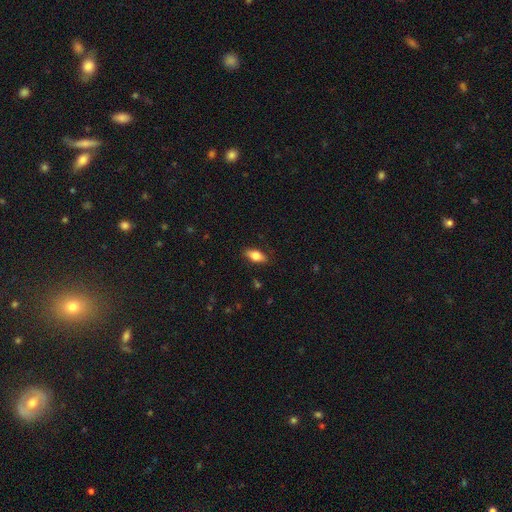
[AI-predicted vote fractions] smooth 78%, featured or disk 15%, star or artifact 7%. Down the decision tree: how rounded — in between (85%); merging — none (85%).